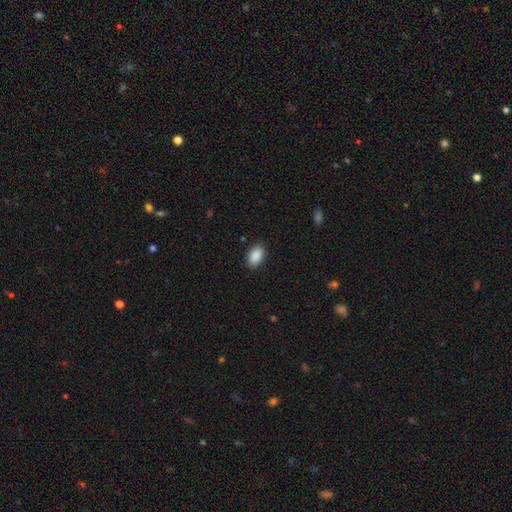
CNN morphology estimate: A smooth galaxy with no disk features (90%) that is in between round and cigar-shaped (92%).

Vote fractions:
- Smooth or featured? smooth: 90% / star or artifact: 7% / featured or disk: 3%
- How rounded? in between: 92% / round: 6% / cigar-shaped: 1%
- Merging? none: 88% / minor disturbance: 9% / major disturbance: 2% / merger: 1%